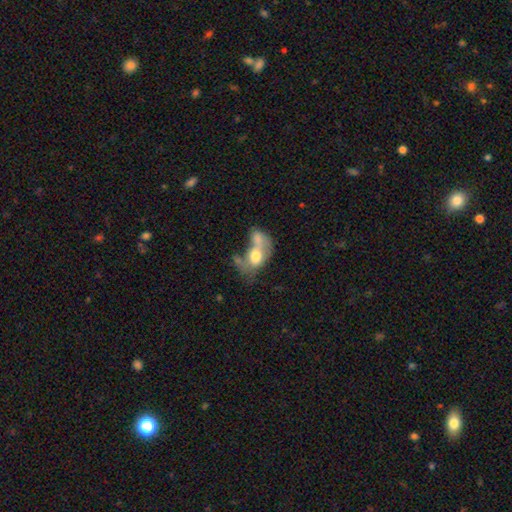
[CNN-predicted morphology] Q: Smooth or featured?
A: smooth (60%); runner-up: featured or disk (32%)
Q: How rounded?
A: in between (80%); runner-up: round (18%)
Q: Merging?
A: merger (59%); runner-up: major disturbance (18%)